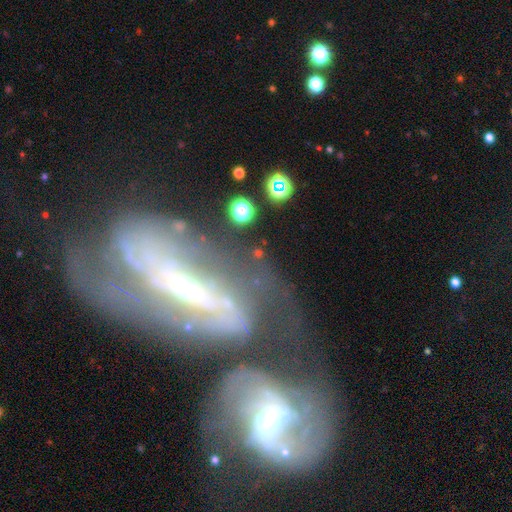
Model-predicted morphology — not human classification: smooth-or-featured: featured or disk: 72% | smooth: 16% | star or artifact: 11%
  disk-edge-on: no: 78% | yes: 22%
    bar: no: 43% | strong: 31% | weak: 26%
    has-spiral-arms: yes: 65% | no: 35%
    bulge-size: moderate: 47% | small: 44% | large: 5% | none: 3% | dominant: 2%
  merging: none: 41% | major disturbance: 26% | minor disturbance: 18% | merger: 15%